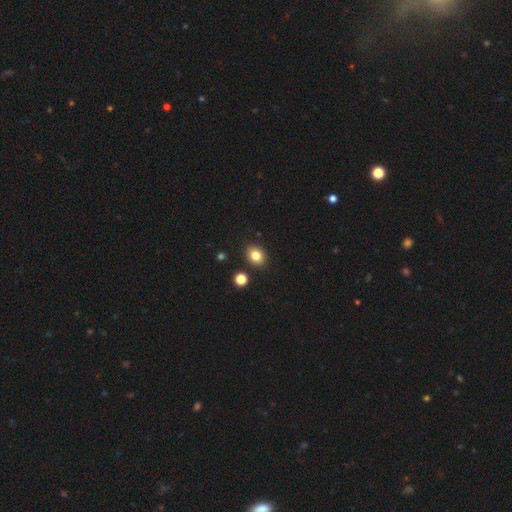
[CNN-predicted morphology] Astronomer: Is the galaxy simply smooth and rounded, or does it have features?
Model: smooth — 82%.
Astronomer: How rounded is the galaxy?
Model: round — 54% (runner-up: in between, 46%).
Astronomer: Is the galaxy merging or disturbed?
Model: none — 86%.